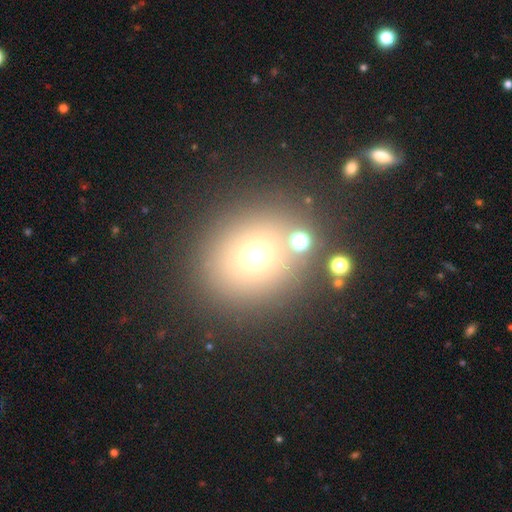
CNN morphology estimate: Smooth or featured?
  - smooth: 64% *
  - star or artifact: 23%
  - featured or disk: 13%
How rounded?
  - round: 78% *
  - in between: 21%
  - cigar-shaped: 1%
Merging?
  - none: 78% *
  - merger: 9%
  - minor disturbance: 9%
  - major disturbance: 5%